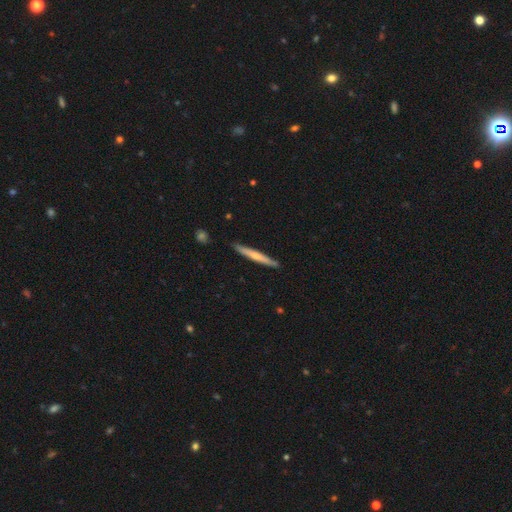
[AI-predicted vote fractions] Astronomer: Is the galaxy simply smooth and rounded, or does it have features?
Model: smooth — 50% (runner-up: featured or disk, 45%).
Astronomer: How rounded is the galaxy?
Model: cigar-shaped — 96%.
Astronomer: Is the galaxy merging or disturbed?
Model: none — 89%.